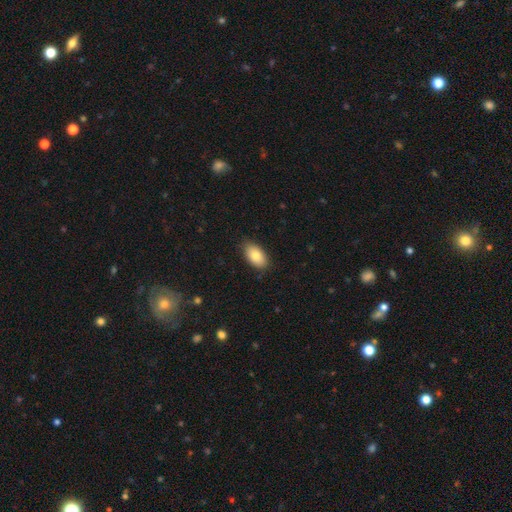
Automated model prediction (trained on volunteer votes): Morphology: type=smooth (84%); roundness=in between (93%); merging=none (84%).